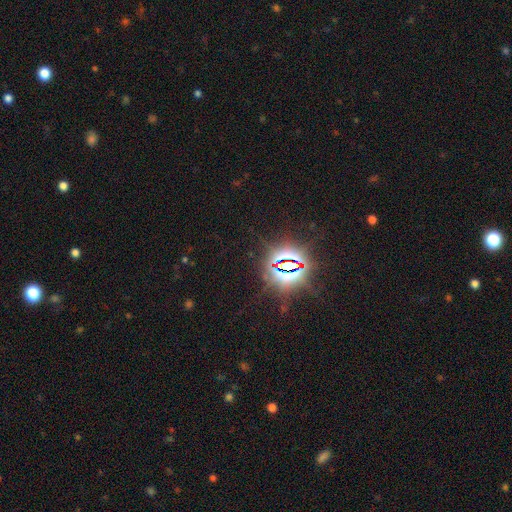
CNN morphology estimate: Q: Smooth or featured?
A: star or artifact (86%); runner-up: smooth (8%)